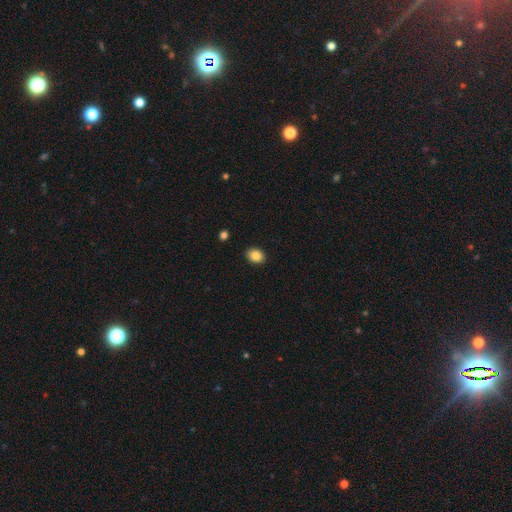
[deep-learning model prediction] Q: Smooth or featured?
A: smooth (87%); runner-up: star or artifact (9%)
Q: How rounded?
A: in between (64%); runner-up: round (35%)
Q: Merging?
A: none (90%); runner-up: minor disturbance (7%)